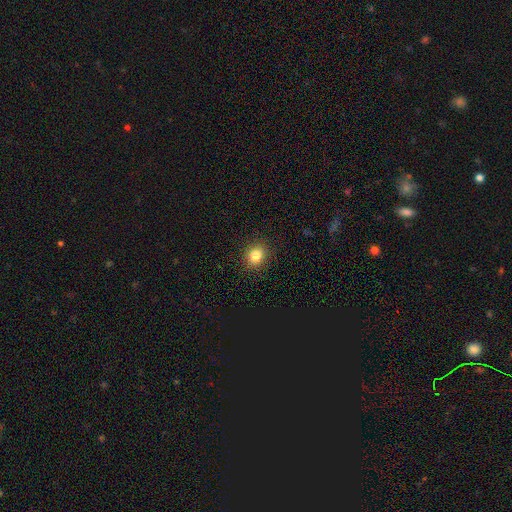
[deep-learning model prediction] smooth_or_featured: smooth (p=0.83) [alt: star or artifact p=0.11]
how_rounded: round (p=0.59) [alt: in between p=0.40]
merging: none (p=0.89) [alt: minor disturbance p=0.07]